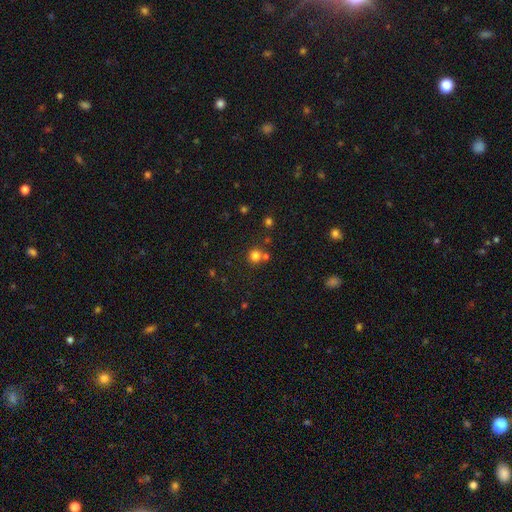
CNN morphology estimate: smooth-or-featured: smooth: 77% | star or artifact: 17% | featured or disk: 7%
  how-rounded: round: 92% | in between: 7% | cigar-shaped: 1%
  merging: none: 68% | merger: 22% | minor disturbance: 7% | major disturbance: 3%